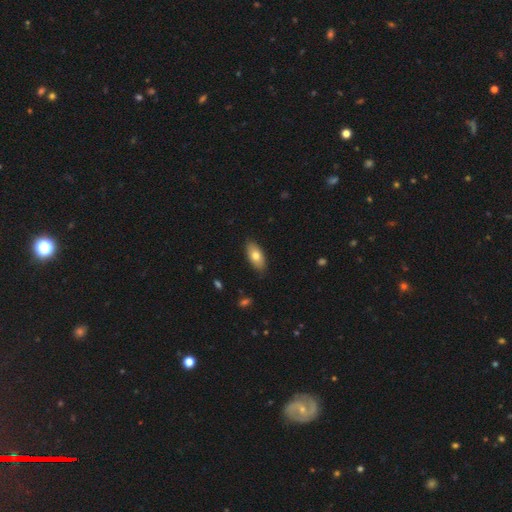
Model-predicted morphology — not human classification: This is likely a smooth galaxy (75%). How rounded: clearly in between (90%). Merging: clearly none (86%).